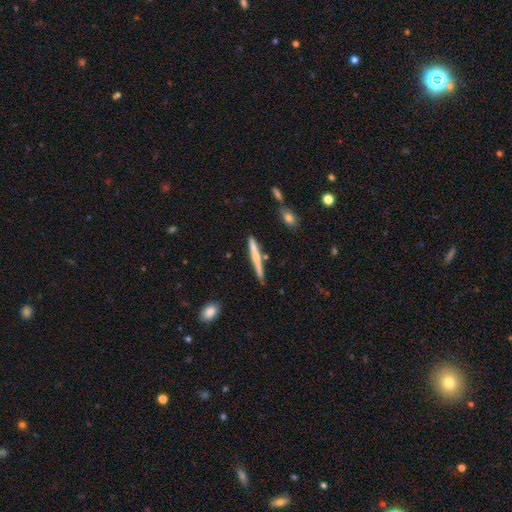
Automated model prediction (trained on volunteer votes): This is possibly a smooth galaxy (51%). How rounded: clearly cigar-shaped (95%). Merging: likely none (80%).